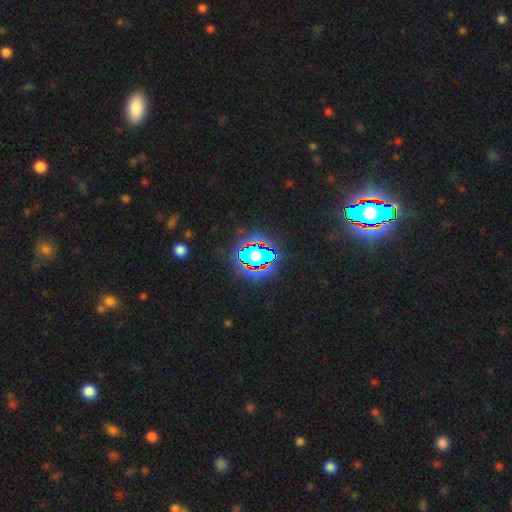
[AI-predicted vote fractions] The model was most divided on "smooth or featured": star or artifact: 82%, smooth: 11%, featured or disk: 7%.